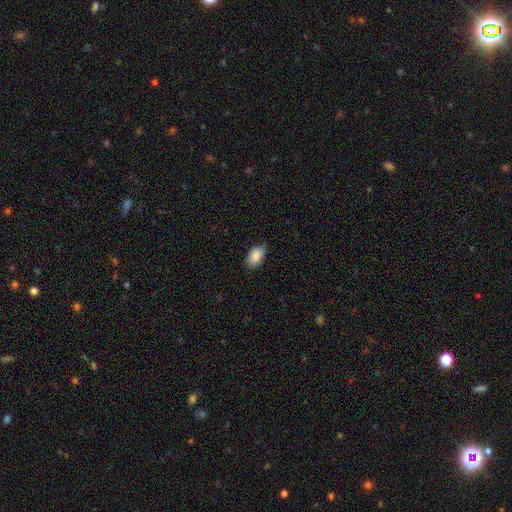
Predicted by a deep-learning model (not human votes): smooth_or_featured: smooth (p=0.88) [alt: star or artifact p=0.07]
how_rounded: in between (p=0.93) [alt: round p=0.05]
merging: none (p=0.76) [alt: minor disturbance p=0.20]